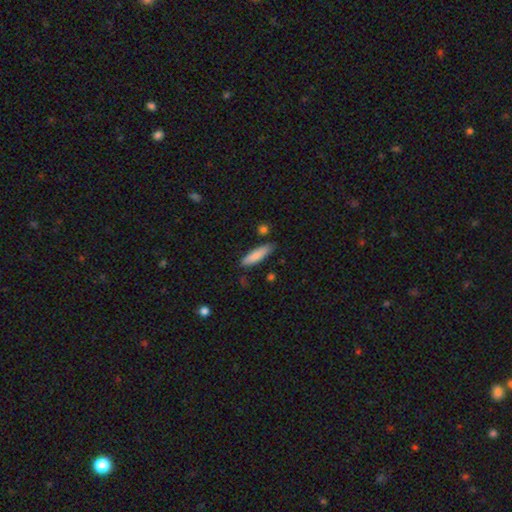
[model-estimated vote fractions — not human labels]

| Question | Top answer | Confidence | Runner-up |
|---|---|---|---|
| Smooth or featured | smooth | 83% | featured or disk (11%) |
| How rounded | cigar-shaped | 69% | in between (30%) |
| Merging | none | 80% | minor disturbance (14%) |